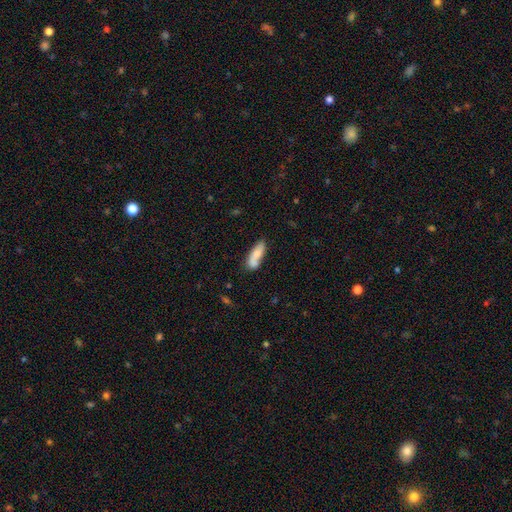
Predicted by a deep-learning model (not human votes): Smooth or featured?
  - smooth: 67% *
  - featured or disk: 26%
  - star or artifact: 7%
How rounded?
  - in between: 59% *
  - cigar-shaped: 39%
  - round: 3%
Merging?
  - none: 56% *
  - minor disturbance: 21%
  - merger: 17%
  - major disturbance: 6%